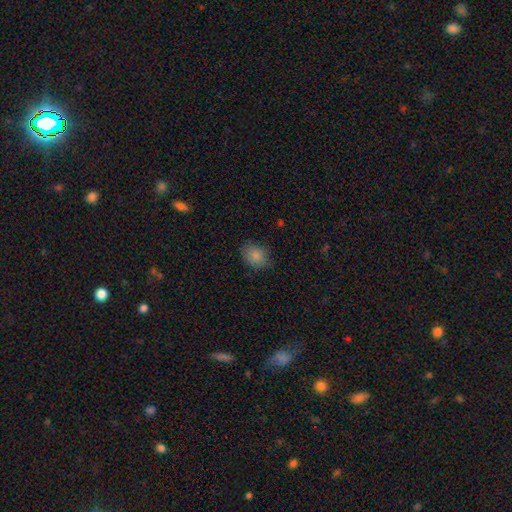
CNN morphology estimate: smooth-or-featured: smooth: 85% | star or artifact: 9% | featured or disk: 6%
  how-rounded: in between: 57% | round: 42% | cigar-shaped: 1%
  merging: none: 78% | minor disturbance: 17% | major disturbance: 4% | merger: 1%